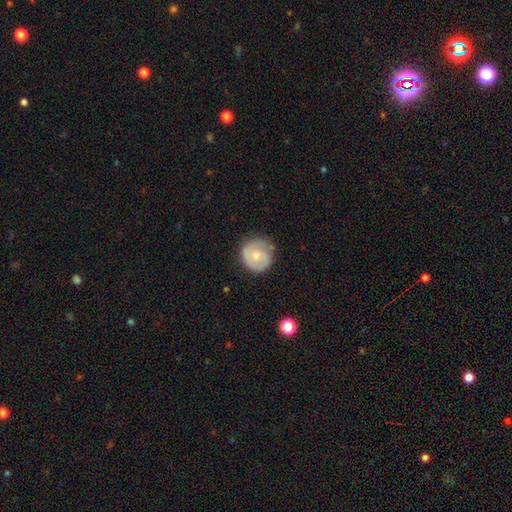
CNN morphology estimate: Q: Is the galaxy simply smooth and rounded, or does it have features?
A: featured or disk — 51%.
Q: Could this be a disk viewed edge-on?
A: no — 98%.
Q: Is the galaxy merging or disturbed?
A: none — 71%.